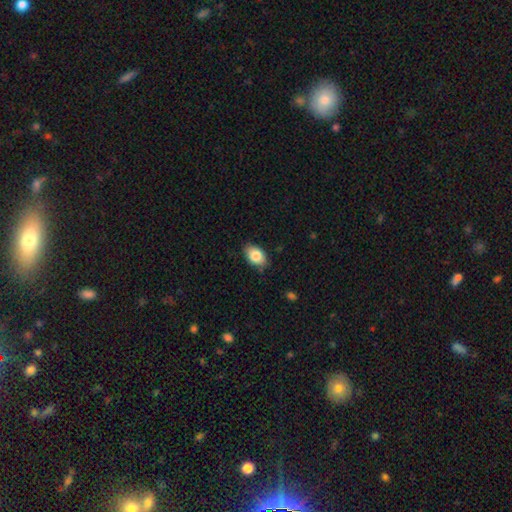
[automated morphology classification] Overall: smooth (84%). How rounded: in between (86%). Merging: none (80%).